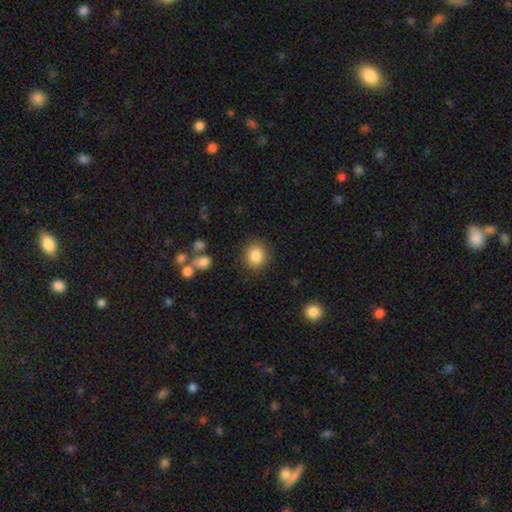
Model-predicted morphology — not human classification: smooth-or-featured: smooth: 85% | star or artifact: 9% | featured or disk: 6%
  how-rounded: round: 84% | in between: 16% | cigar-shaped: 1%
  merging: none: 87% | minor disturbance: 8% | major disturbance: 3% | merger: 2%